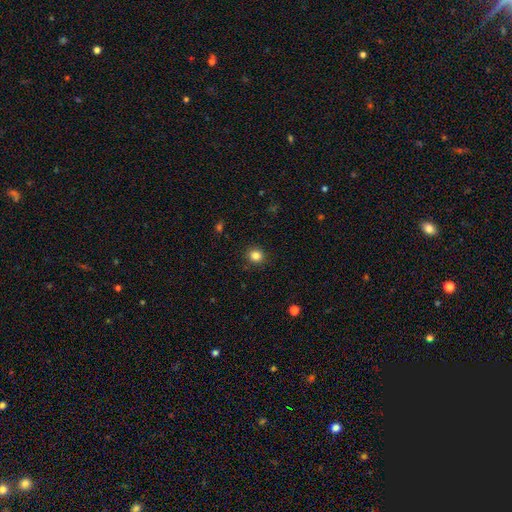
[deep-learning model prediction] Smooth or featured? Predicted: smooth (p=0.84). How rounded? Predicted: round (p=0.87). Merging? Predicted: none (p=0.90).